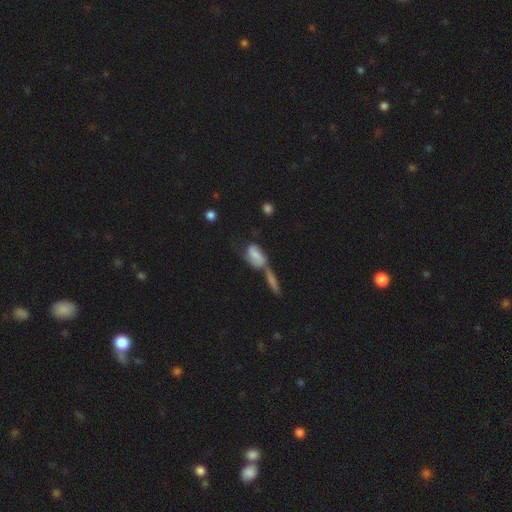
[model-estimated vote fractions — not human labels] Smooth or featured?
  - smooth: 58% *
  - featured or disk: 33%
  - star or artifact: 9%
How rounded?
  - in between: 80% *
  - cigar-shaped: 12%
  - round: 8%
Merging?
  - merger: 54% *
  - none: 24%
  - minor disturbance: 13%
  - major disturbance: 10%